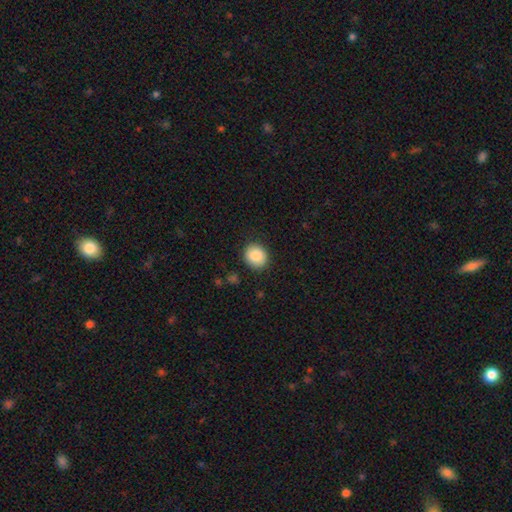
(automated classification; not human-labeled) smooth_or_featured: smooth (p=0.88) [alt: star or artifact p=0.08]
how_rounded: round (p=0.76) [alt: in between p=0.23]
merging: none (p=0.89) [alt: minor disturbance p=0.08]